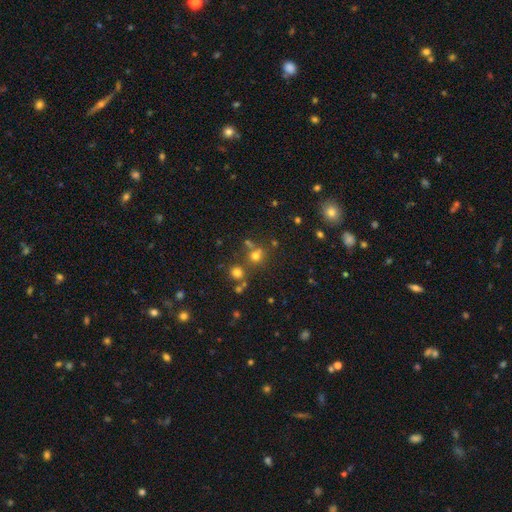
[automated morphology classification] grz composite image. It shows a smooth galaxy with no disk features (66%) that is round (85%). Merging: none (65%).